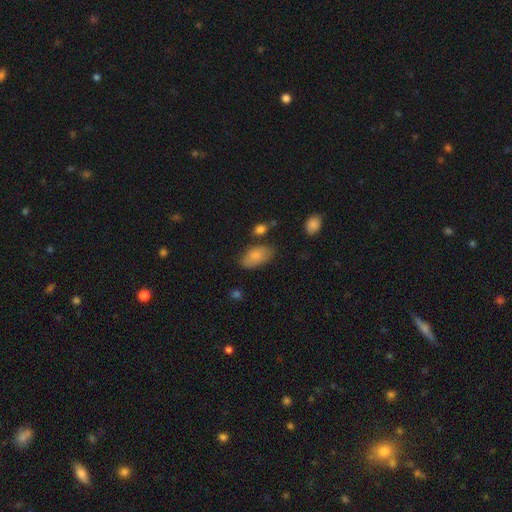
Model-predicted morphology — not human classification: smooth-or-featured: smooth: 83% | featured or disk: 10% | star or artifact: 7%
  how-rounded: in between: 93% | round: 4% | cigar-shaped: 2%
  merging: none: 68% | minor disturbance: 22% | major disturbance: 6% | merger: 5%